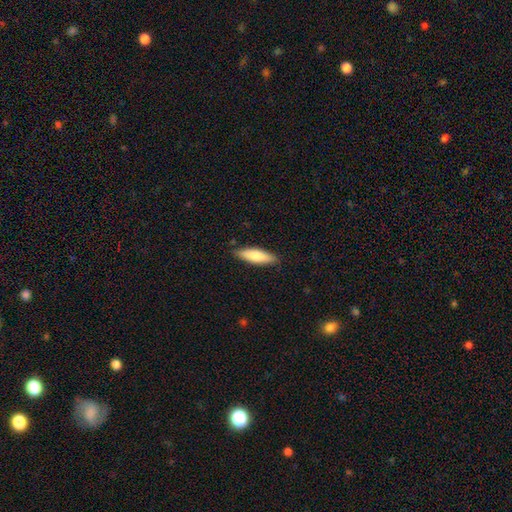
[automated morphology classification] This appears to be a smooth galaxy with no disk features (78%) that is cigar-shaped (56%). Merging: none (87%).